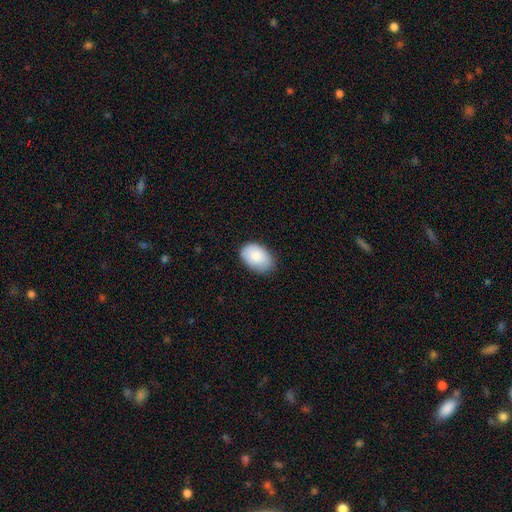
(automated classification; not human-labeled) This appears to be a smooth galaxy with no disk features (85%) that is in between round and cigar-shaped (88%). Merging: none (78%).